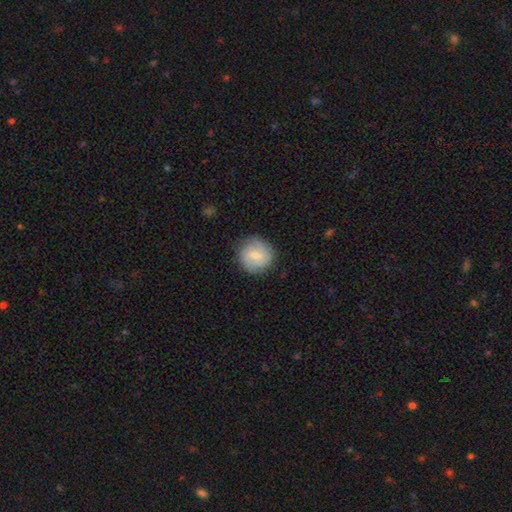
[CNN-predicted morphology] A smooth galaxy with no disk features (48%). Merging: none (81%).